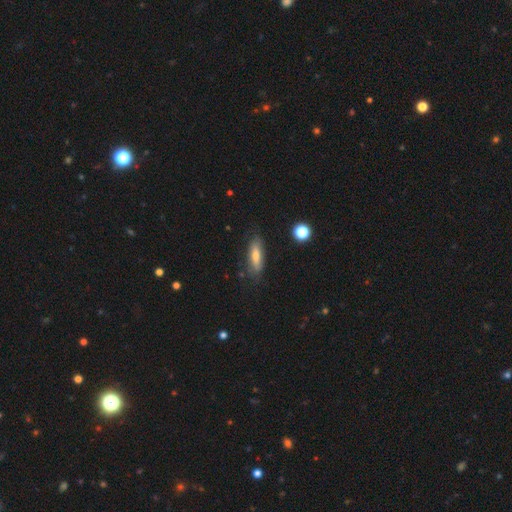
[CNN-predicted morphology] A smooth galaxy with no disk features (63%) that is cigar-shaped (58%).

Vote fractions:
- Smooth or featured? smooth: 63% / featured or disk: 29% / star or artifact: 8%
- How rounded? cigar-shaped: 58% / in between: 39% / round: 2%
- Merging? none: 78% / minor disturbance: 16% / major disturbance: 4% / merger: 2%